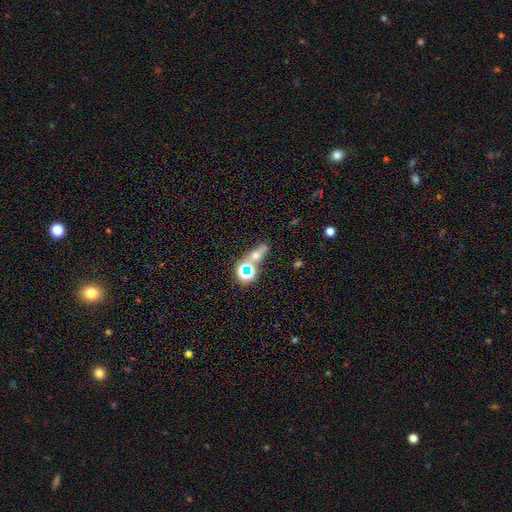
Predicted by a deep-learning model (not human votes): The model was most divided on "smooth or featured": smooth: 37%, star or artifact: 35%, featured or disk: 28%. Remaining: merging — none (45%).